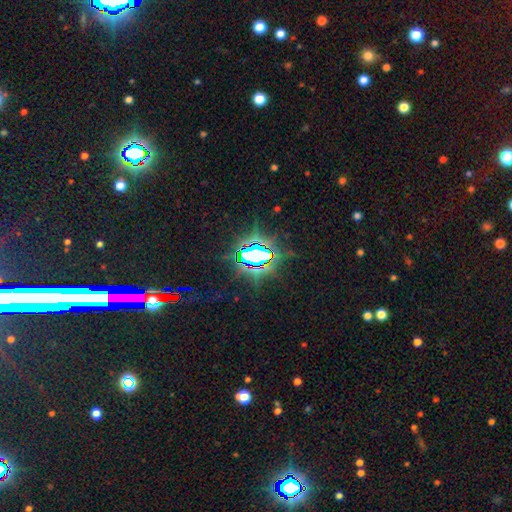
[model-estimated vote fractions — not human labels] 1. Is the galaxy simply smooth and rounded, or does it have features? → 78% star or artifact, 11% smooth, 11% featured or disk.